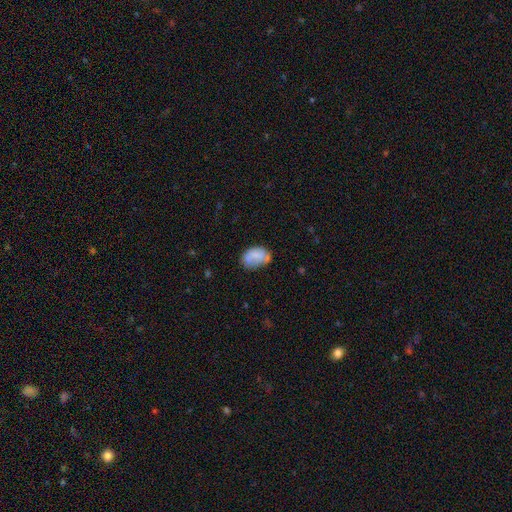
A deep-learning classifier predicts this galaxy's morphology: The model was most divided on "merging": none: 51%, minor disturbance: 32%, major disturbance: 11%, merger: 6%. More confident: how rounded — in between (84%); smooth or featured — smooth (71%).